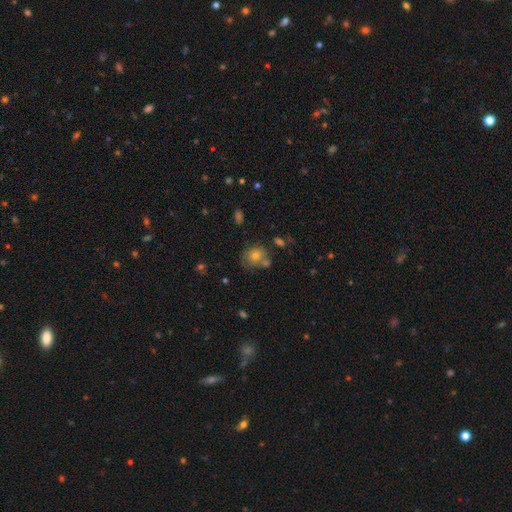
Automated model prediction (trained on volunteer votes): Smooth or featured? smooth (71%)
How rounded? round (67%)
Merging? none (52%)